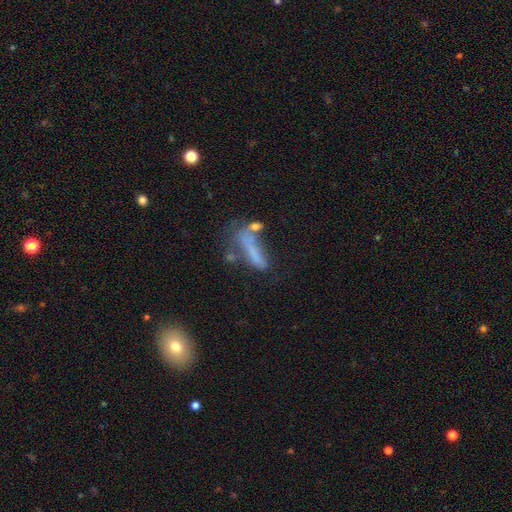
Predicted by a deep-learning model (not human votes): Smooth or featured: smooth — 59% (featured or disk — 29%)
How rounded: cigar-shaped — 62% (in between — 34%)
Merging: merger — 28% (tied with major disturbance — 28%)